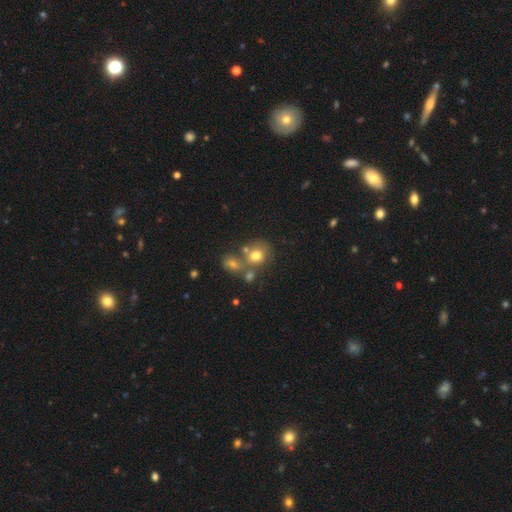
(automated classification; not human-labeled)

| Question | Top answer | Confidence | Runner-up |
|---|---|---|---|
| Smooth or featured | smooth | 71% | featured or disk (15%) |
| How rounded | round | 71% | in between (28%) |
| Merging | none | 46% | merger (37%) |